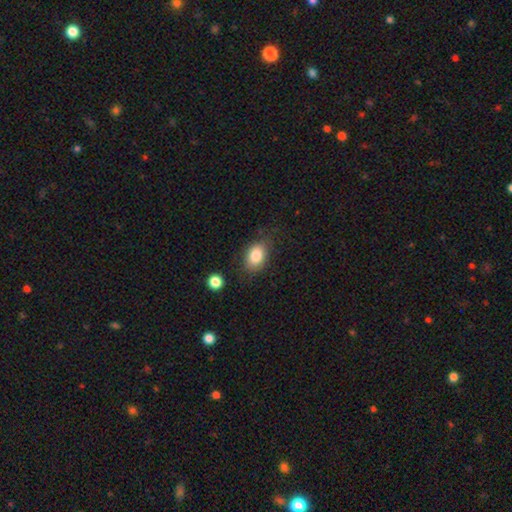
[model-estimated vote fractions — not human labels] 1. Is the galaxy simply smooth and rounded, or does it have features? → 83% smooth, 8% featured or disk, 8% star or artifact.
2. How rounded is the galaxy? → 79% in between, 20% round, 1% cigar-shaped.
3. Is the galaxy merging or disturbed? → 75% none, 17% minor disturbance, 5% major disturbance, 3% merger.